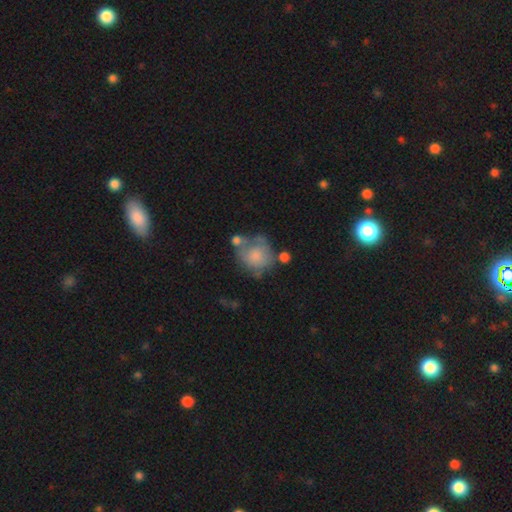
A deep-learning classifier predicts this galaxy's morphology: type=smooth (63%); roundness=round (74%); merging=none (33%).